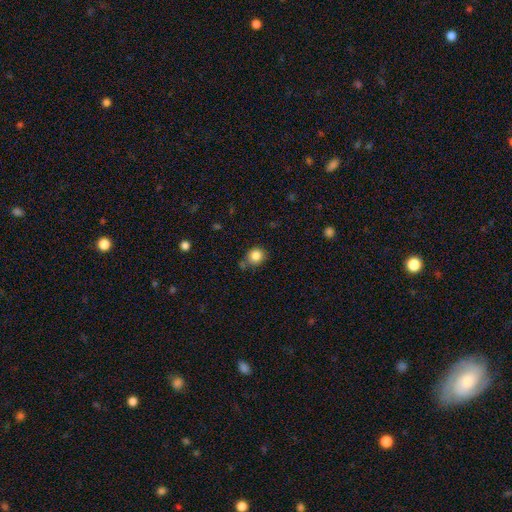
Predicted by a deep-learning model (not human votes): This appears to be a smooth galaxy with no disk features (84%) that is round (83%). Merging: none (69%).